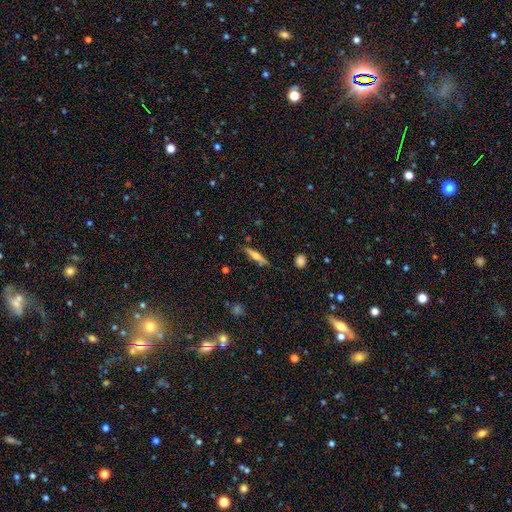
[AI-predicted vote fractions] Q: Smooth or featured?
A: featured or disk (47%); runner-up: smooth (46%)
Q: Merging?
A: none (84%); runner-up: minor disturbance (12%)